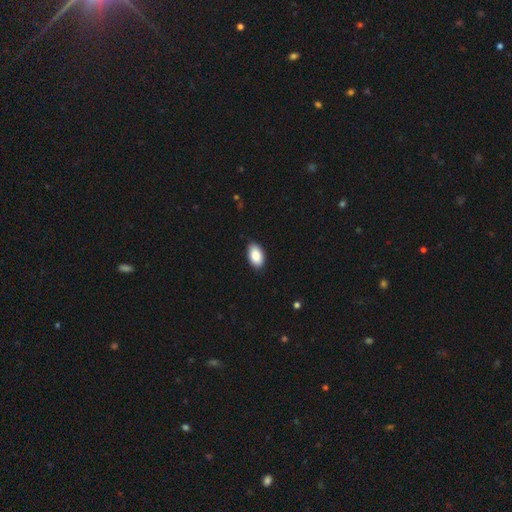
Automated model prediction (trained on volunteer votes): Smooth or featured?
  - smooth: 88% *
  - star or artifact: 6%
  - featured or disk: 6%
How rounded?
  - in between: 95% *
  - round: 4%
  - cigar-shaped: 2%
Merging?
  - none: 87% *
  - minor disturbance: 10%
  - major disturbance: 2%
  - merger: 1%